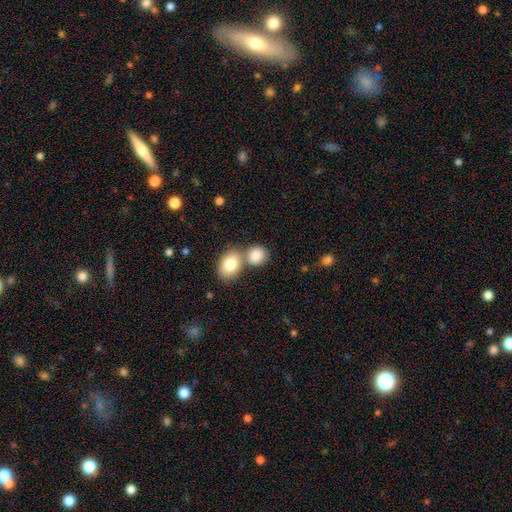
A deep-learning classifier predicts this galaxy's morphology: Smooth or featured? smooth (84%)
How rounded? round (60%)
Merging? merger (48%)